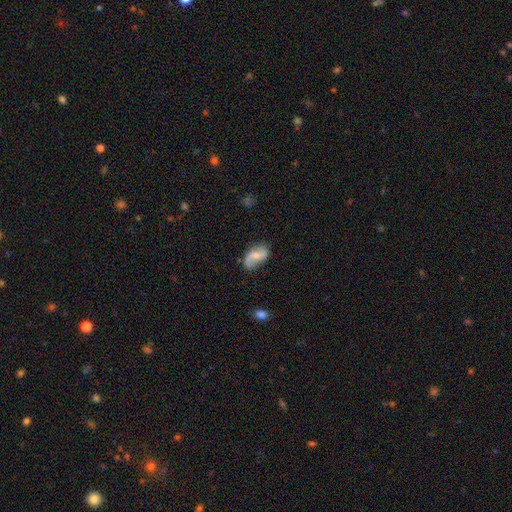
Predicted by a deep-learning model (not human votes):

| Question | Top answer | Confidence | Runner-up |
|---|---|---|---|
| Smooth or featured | featured or disk | 52% | smooth (40%) |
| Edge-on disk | no | 96% | yes (4%) |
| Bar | no | 46% | weak (41%) |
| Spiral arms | yes | 87% | no (13%) |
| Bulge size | small | 43% | moderate (39%) |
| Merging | none | 66% | minor disturbance (24%) |